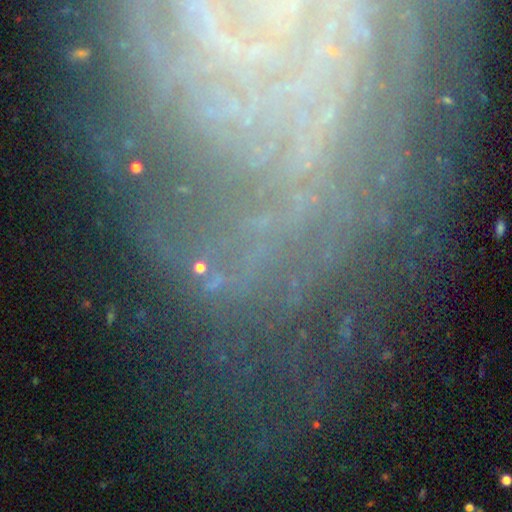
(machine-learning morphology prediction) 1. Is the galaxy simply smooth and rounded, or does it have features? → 53% star or artifact, 31% featured or disk, 15% smooth.